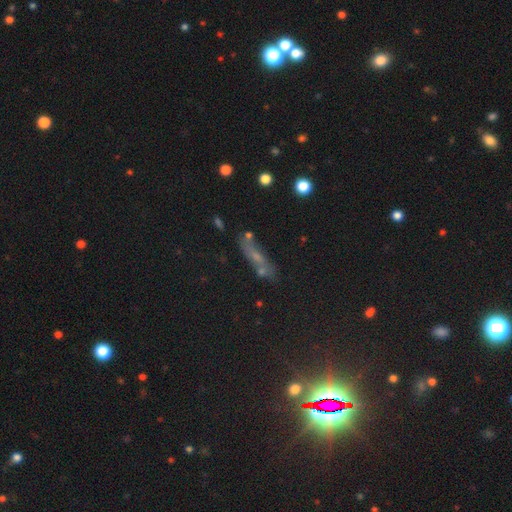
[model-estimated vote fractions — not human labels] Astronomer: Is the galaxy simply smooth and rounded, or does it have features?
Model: smooth — 48% (runner-up: featured or disk, 26%).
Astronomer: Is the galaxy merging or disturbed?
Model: none — 55%.